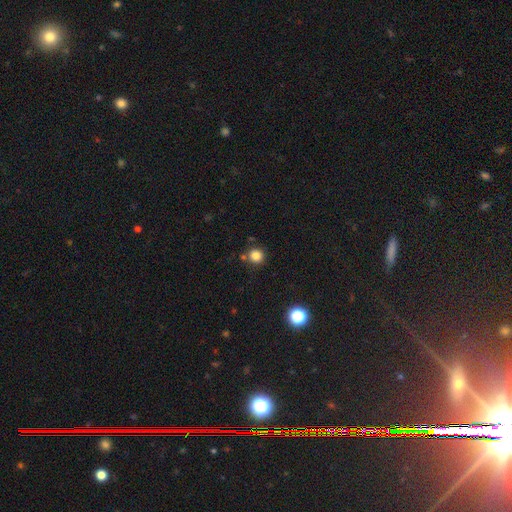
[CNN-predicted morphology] Smooth or featured? Predicted: smooth (p=0.83). How rounded? Predicted: round (p=0.92). Merging? Predicted: none (p=0.81).